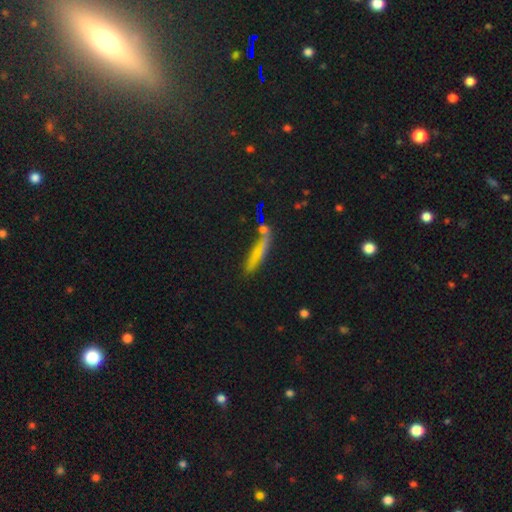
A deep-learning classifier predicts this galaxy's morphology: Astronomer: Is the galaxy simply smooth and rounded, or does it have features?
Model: smooth — 53%.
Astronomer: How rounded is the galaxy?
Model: cigar-shaped — 77%.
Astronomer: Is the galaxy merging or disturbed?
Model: none — 56%.